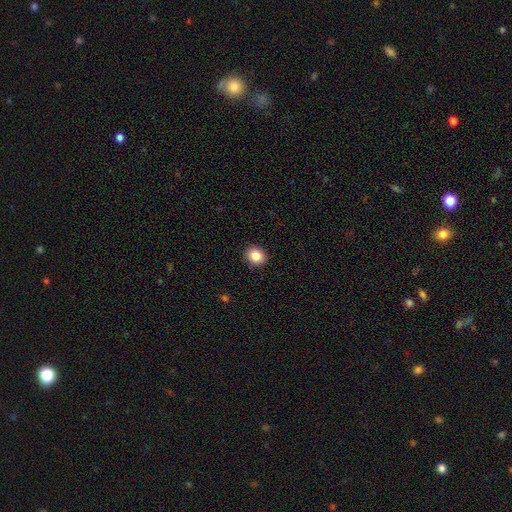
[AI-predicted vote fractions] Morphology: type=smooth (85%); roundness=round (71%); merging=none (90%).